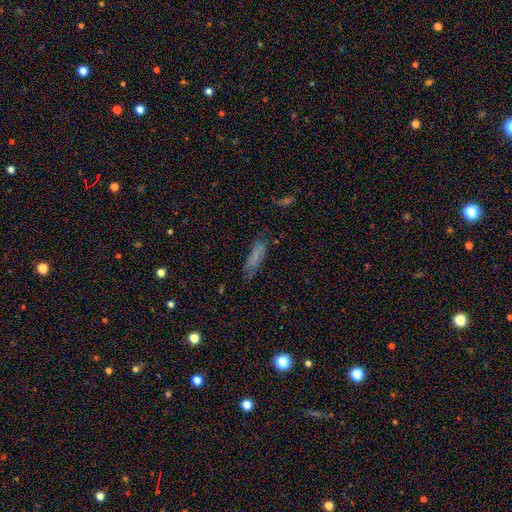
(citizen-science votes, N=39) Smooth or featured? 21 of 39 (54%) said smooth. How rounded? 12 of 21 (57%) said in between. Merging? 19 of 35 (54%) said none.